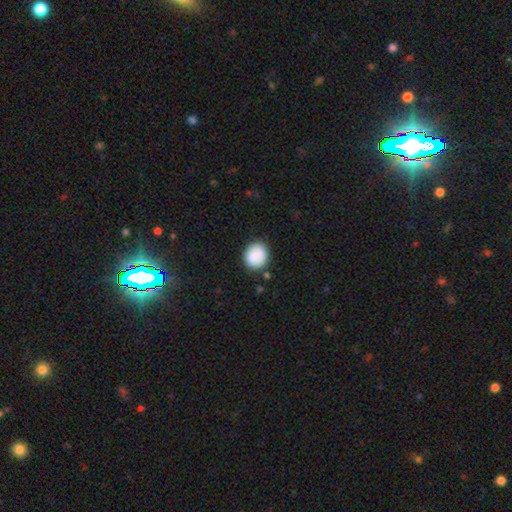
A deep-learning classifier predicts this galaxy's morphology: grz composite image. It shows a smooth galaxy with no disk features (87%) that is round (85%). Merging: none (86%).